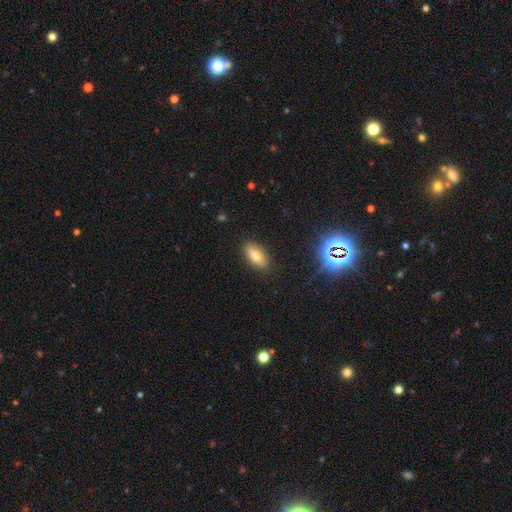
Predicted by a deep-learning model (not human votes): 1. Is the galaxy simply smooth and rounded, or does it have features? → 73% smooth, 16% featured or disk, 11% star or artifact.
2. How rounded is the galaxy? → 86% in between, 9% cigar-shaped, 4% round.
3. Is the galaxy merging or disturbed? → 87% none, 9% minor disturbance, 2% major disturbance, 1% merger.